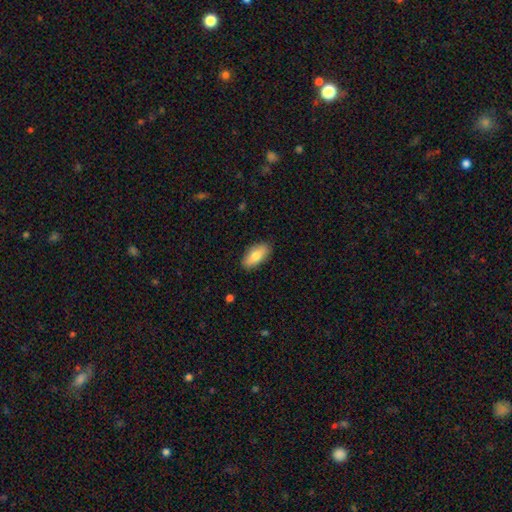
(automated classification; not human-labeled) This is likely a smooth galaxy (77%). How rounded: clearly in between (87%). Merging: clearly none (87%).